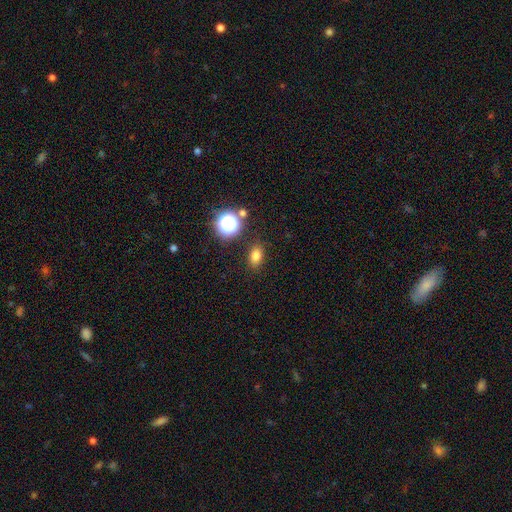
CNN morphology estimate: Smooth or featured: smooth — 77% (star or artifact — 16%)
How rounded: in between — 74% (round — 24%)
Merging: none — 84% (minor disturbance — 9%)